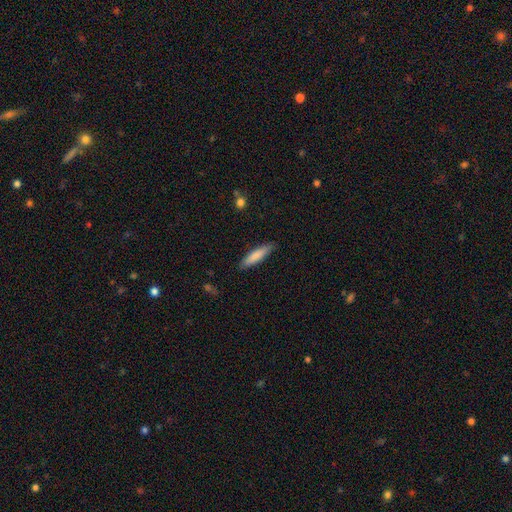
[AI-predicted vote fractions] Overall: smooth (81%). How rounded: cigar-shaped (79%). Merging: none (86%).